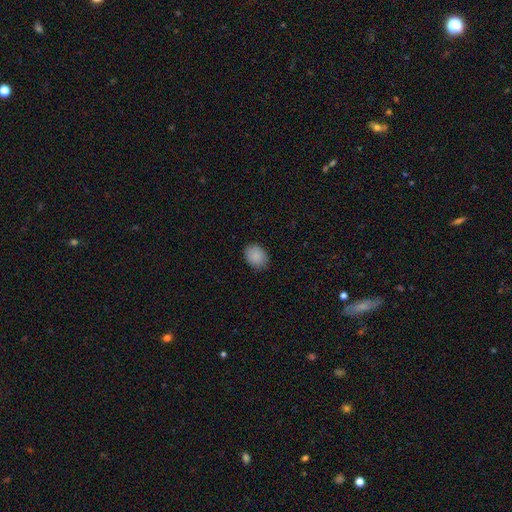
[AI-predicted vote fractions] Smooth or featured?
  - smooth: 89% *
  - star or artifact: 8%
  - featured or disk: 3%
How rounded?
  - in between: 64% *
  - round: 35%
  - cigar-shaped: 1%
Merging?
  - none: 87% *
  - minor disturbance: 10%
  - major disturbance: 2%
  - merger: 1%